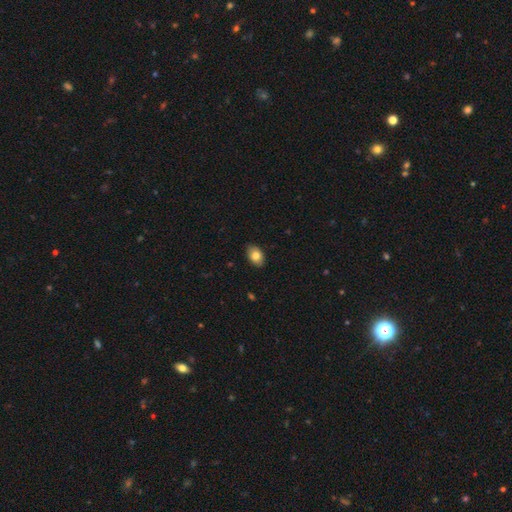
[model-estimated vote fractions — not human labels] This is clearly a smooth galaxy (82%). How rounded: clearly in between (86%). Merging: clearly none (87%).